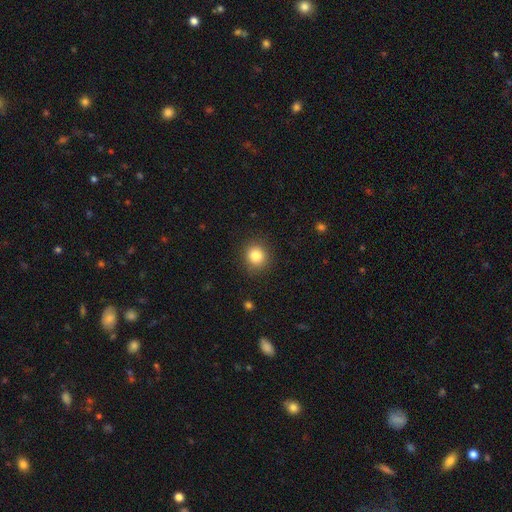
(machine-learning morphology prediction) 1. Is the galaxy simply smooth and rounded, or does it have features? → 84% smooth, 10% star or artifact, 5% featured or disk.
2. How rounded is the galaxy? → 87% round, 12% in between, 1% cigar-shaped.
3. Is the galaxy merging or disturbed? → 89% none, 7% minor disturbance, 3% major disturbance, 1% merger.